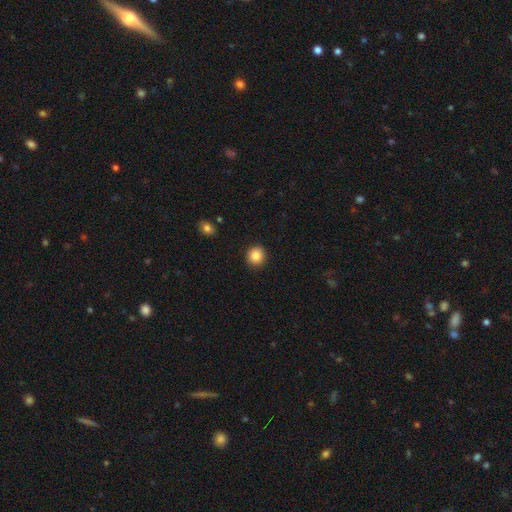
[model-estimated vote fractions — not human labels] This appears to be a smooth galaxy with no disk features (86%) that is round (91%). Merging: none (91%).